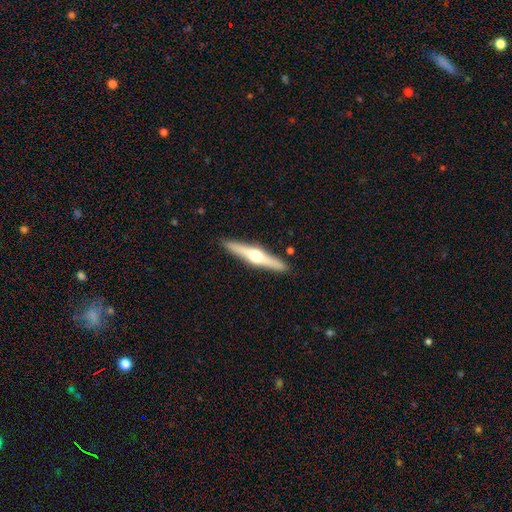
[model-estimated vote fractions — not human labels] Morphology: type=featured or disk (70%); edge-on=yes (98%); edge-on bulge=rounded (95%); merging=none (91%).